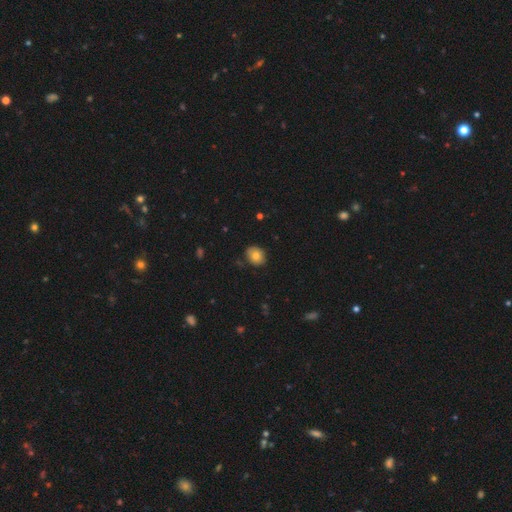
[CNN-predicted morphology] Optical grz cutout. It shows a smooth galaxy with no disk features (77%) that is round (64%). Merging: none (83%).